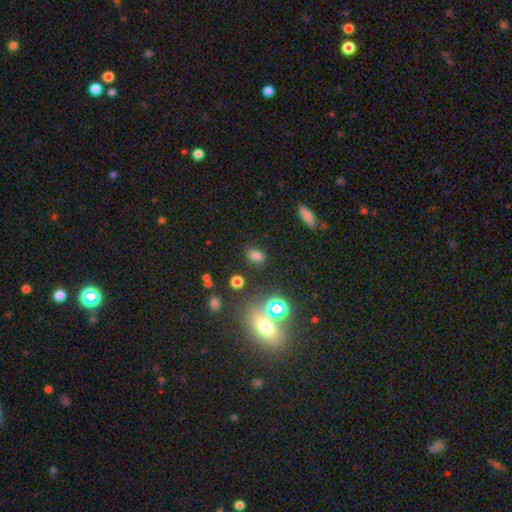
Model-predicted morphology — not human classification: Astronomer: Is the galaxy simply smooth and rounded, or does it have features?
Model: smooth — 71%.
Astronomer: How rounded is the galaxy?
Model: in between — 70%.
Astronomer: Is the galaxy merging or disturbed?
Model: none — 80%.